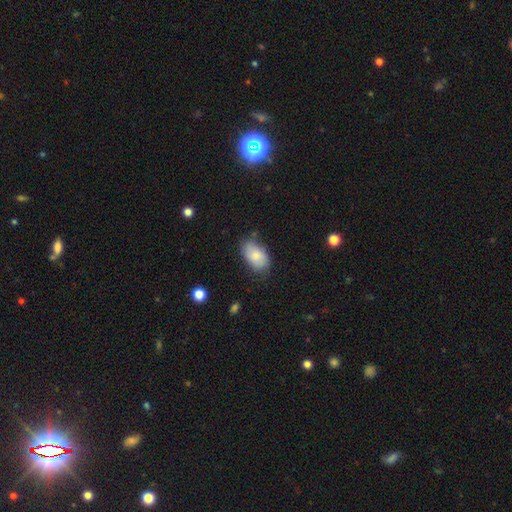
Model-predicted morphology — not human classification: This is likely a smooth galaxy (78%). How rounded: clearly in between (93%). Merging: likely none (68%).